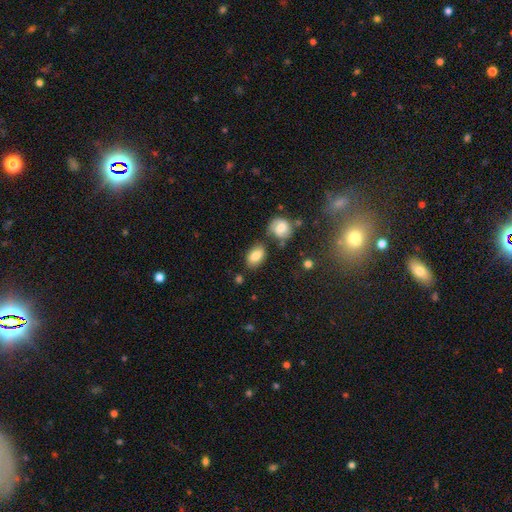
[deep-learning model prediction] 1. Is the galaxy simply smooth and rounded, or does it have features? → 81% smooth, 11% featured or disk, 8% star or artifact.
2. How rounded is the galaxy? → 88% in between, 10% round, 2% cigar-shaped.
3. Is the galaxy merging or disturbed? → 70% none, 16% minor disturbance, 10% merger, 4% major disturbance.